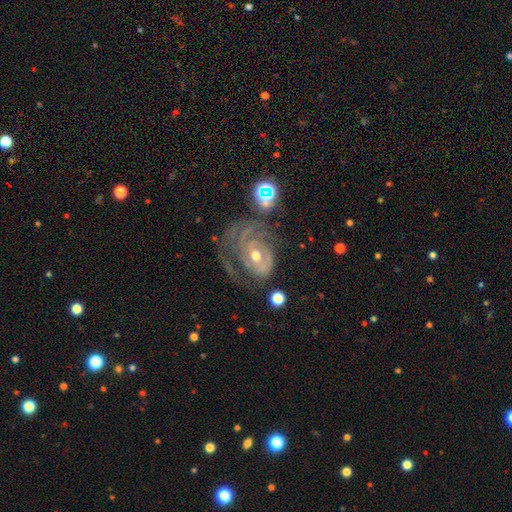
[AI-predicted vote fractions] smooth-or-featured: featured or disk: 80% | smooth: 11% | star or artifact: 9%
  disk-edge-on: no: 97% | yes: 3%
    bar: no: 66% | weak: 25% | strong: 9%
    has-spiral-arms: yes: 83% | no: 17%
      spiral-winding: tight: 61% | medium: 28% | loose: 11%
      spiral-arm-count: can't tell: 38% | 2: 28% | 1: 15% | 3: 11% | 4: 4% | more than 4: 4%
    bulge-size: moderate: 57% | small: 39% | large: 2% | none: 1% | dominant: 1%
  merging: none: 38% | major disturbance: 33% | minor disturbance: 21% | merger: 9%